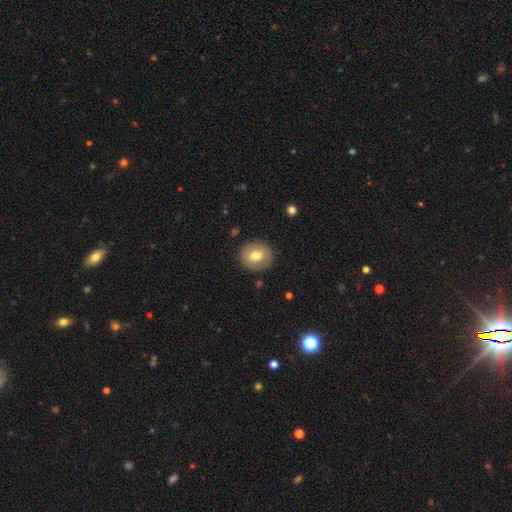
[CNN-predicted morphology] A smooth galaxy with no disk features (67%) that is round (79%). Merging: none (88%).